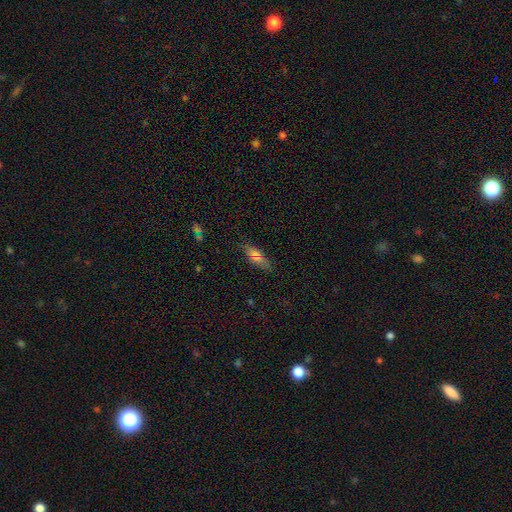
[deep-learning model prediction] Smooth or featured?
  - smooth: 65% *
  - star or artifact: 19%
  - featured or disk: 17%
How rounded?
  - in between: 65% *
  - cigar-shaped: 30%
  - round: 5%
Merging?
  - none: 78% *
  - minor disturbance: 14%
  - major disturbance: 4%
  - merger: 3%